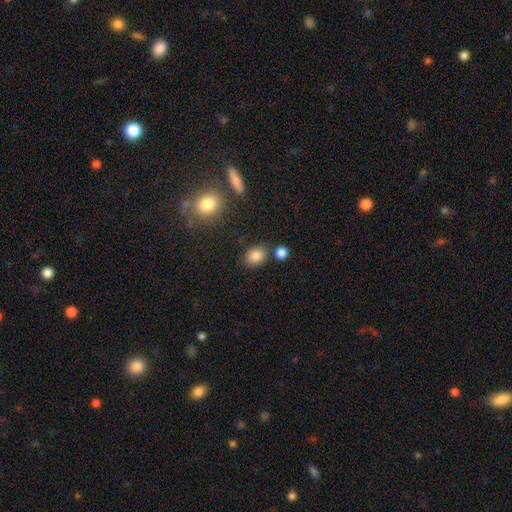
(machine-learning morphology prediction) The model was most divided on "how rounded": in between: 51%, round: 47%, cigar-shaped: 1%. More confident: smooth or featured — smooth (84%); merging — none (75%).